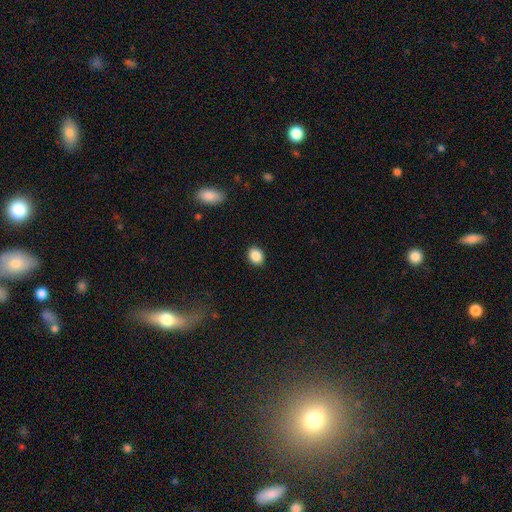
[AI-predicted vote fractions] Smooth or featured? smooth (88%)
How rounded? round (54%)
Merging? none (89%)